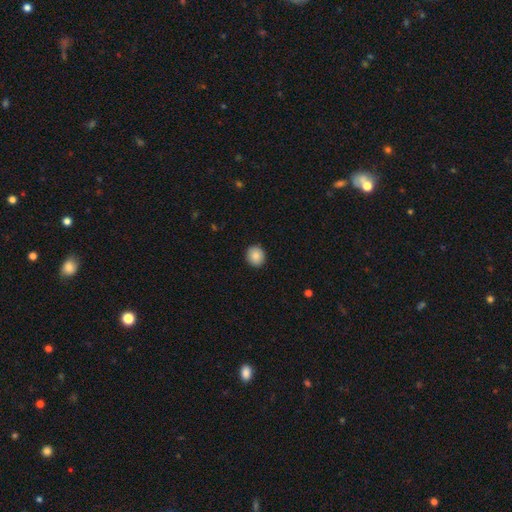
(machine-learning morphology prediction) This is clearly a smooth galaxy (87%). How rounded: clearly round (84%). Merging: clearly none (92%).